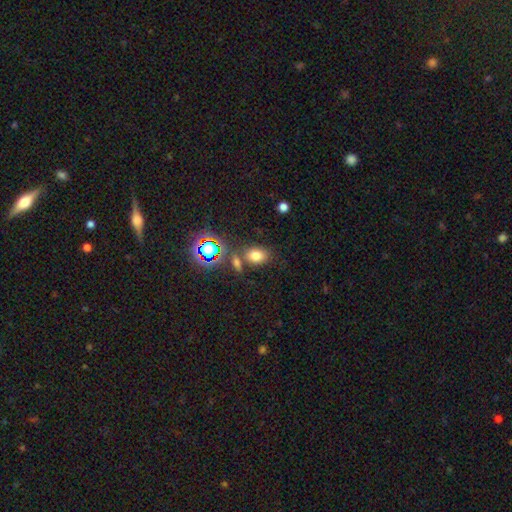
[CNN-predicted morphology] The model was most divided on "how rounded": in between: 72%, round: 27%, cigar-shaped: 2%. More confident: smooth or featured — smooth (71%); merging — none (70%).